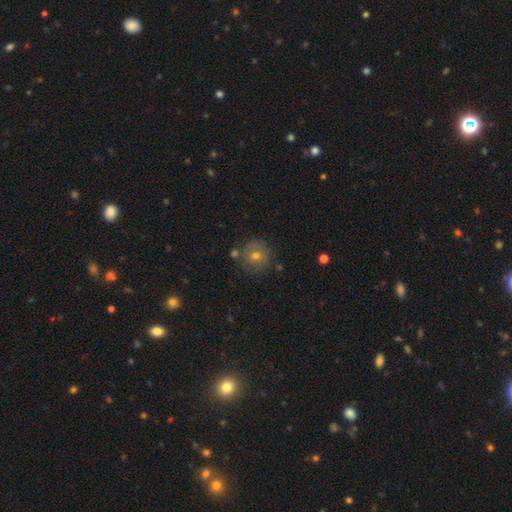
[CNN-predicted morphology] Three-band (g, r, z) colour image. It shows a smooth galaxy with no disk features (61%) that is round (94%). Merging: none (82%).